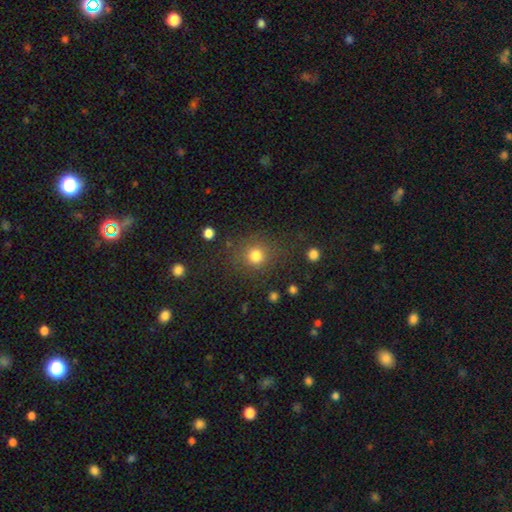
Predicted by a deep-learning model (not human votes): smooth-or-featured: smooth: 80% | star or artifact: 13% | featured or disk: 7%
  how-rounded: round: 89% | in between: 10% | cigar-shaped: 1%
  merging: none: 80% | minor disturbance: 11% | major disturbance: 6% | merger: 3%